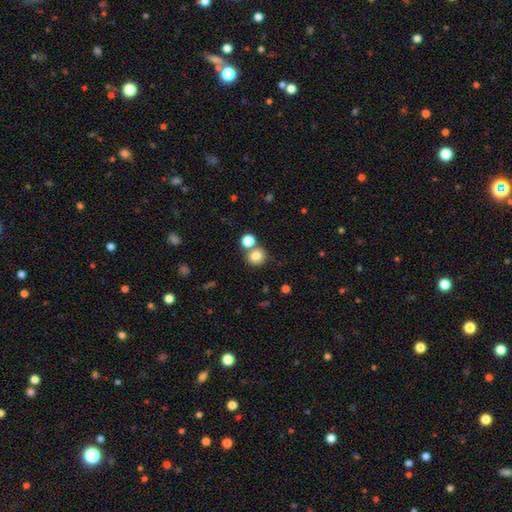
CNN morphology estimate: This is clearly a smooth galaxy (81%). How rounded: clearly round (84%). Merging: likely none (61%).